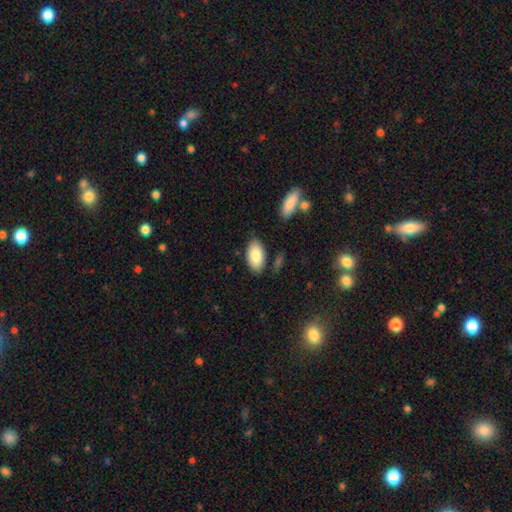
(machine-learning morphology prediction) smooth-or-featured: smooth: 83% | featured or disk: 11% | star or artifact: 6%
  how-rounded: in between: 94% | round: 3% | cigar-shaped: 2%
  merging: none: 80% | minor disturbance: 14% | merger: 4% | major disturbance: 3%